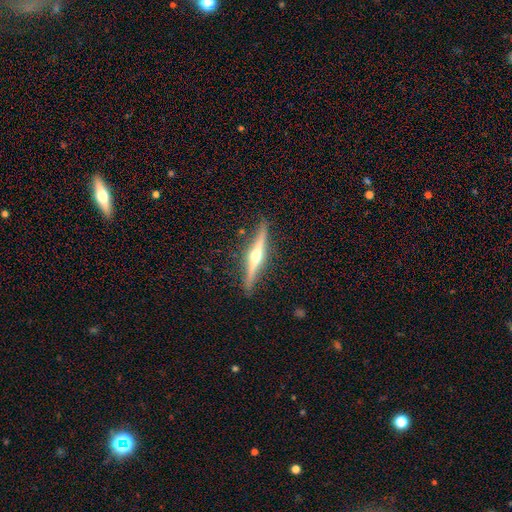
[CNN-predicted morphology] featured or disk 77%, smooth 17%, star or artifact 5%. Down the decision tree: edge-on disk — yes (98%); edge-on bulge — rounded (94%); merging — none (89%).